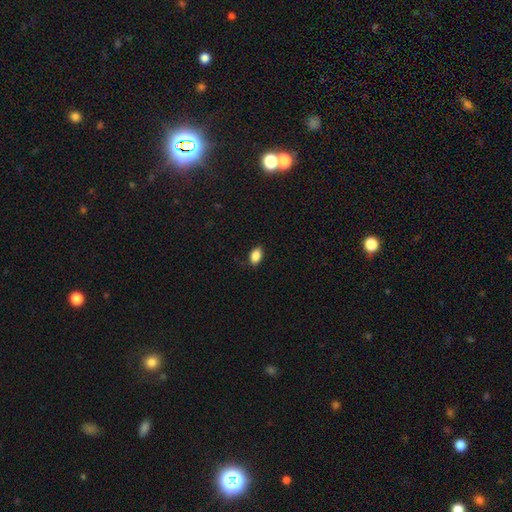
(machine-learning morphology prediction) This is clearly a smooth galaxy (88%). How rounded: clearly in between (89%). Merging: clearly none (84%).